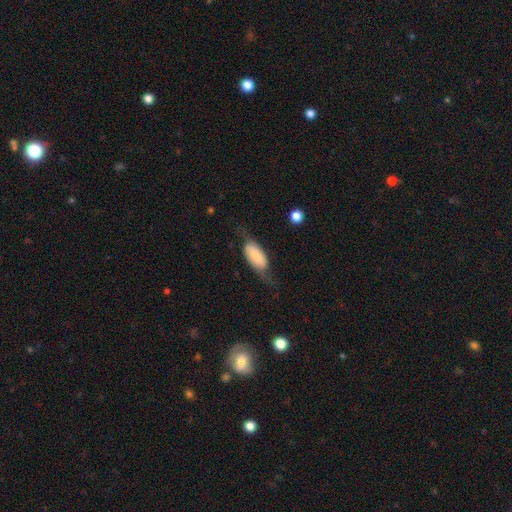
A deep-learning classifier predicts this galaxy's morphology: A smooth galaxy with no disk features (57%) that is in between round and cigar-shaped (89%).

Vote fractions:
- Smooth or featured? smooth: 57% / featured or disk: 36% / star or artifact: 7%
- How rounded? in between: 89% / cigar-shaped: 8% / round: 3%
- Merging? none: 50% / minor disturbance: 28% / major disturbance: 20% / merger: 2%